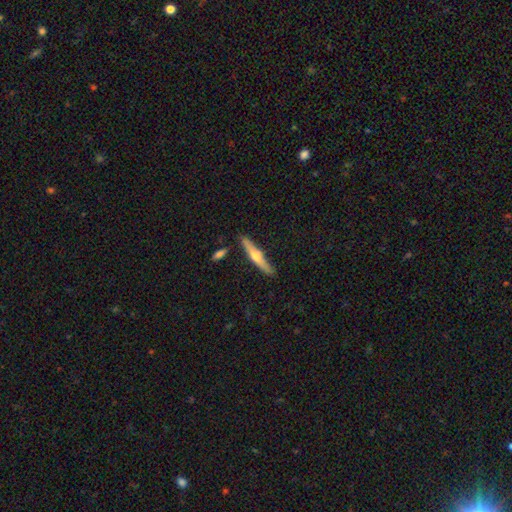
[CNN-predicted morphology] A featured or disk galaxy (62%) viewed edge-on (96%) with a rounded central bulge (91%). Merging: none (86%).